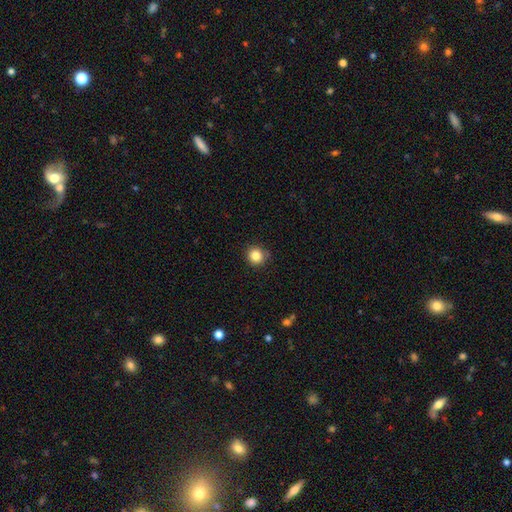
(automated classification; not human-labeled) Smooth or featured: smooth — 84% (star or artifact — 11%)
How rounded: round — 91% (in between — 8%)
Merging: none — 85% (minor disturbance — 12%)